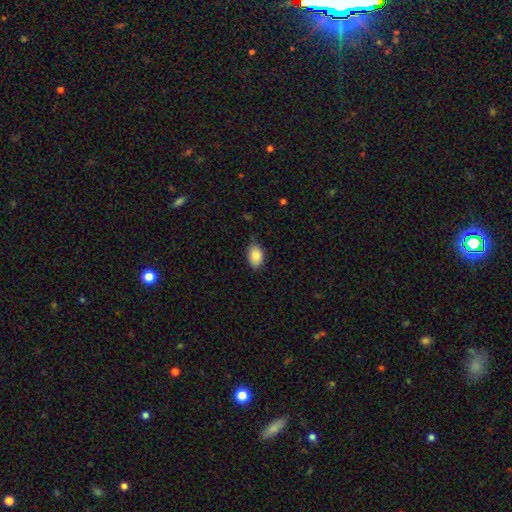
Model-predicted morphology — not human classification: Smooth or featured: smooth — 88% (star or artifact — 7%)
How rounded: in between — 87% (round — 11%)
Merging: none — 72% (minor disturbance — 23%)